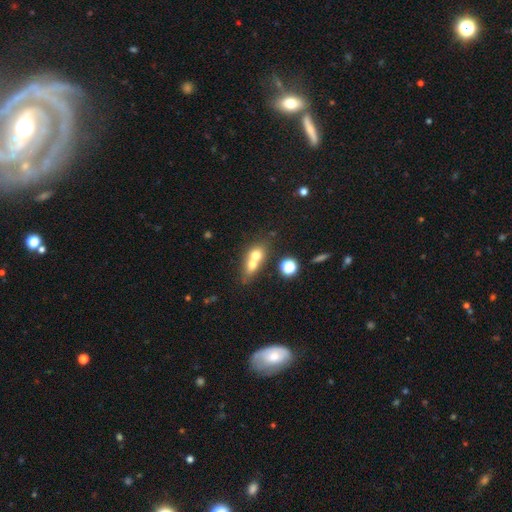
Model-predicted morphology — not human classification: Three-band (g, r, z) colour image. It shows a smooth galaxy with no disk features (64%) that is round (51%). Merging: merger (66%).